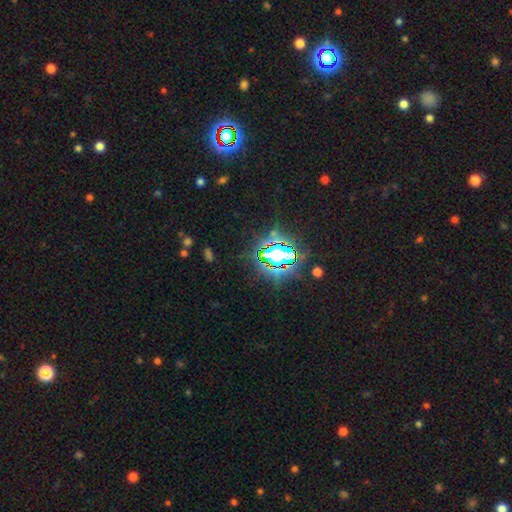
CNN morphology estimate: Smooth or featured?
  - star or artifact: 79% *
  - smooth: 13%
  - featured or disk: 8%